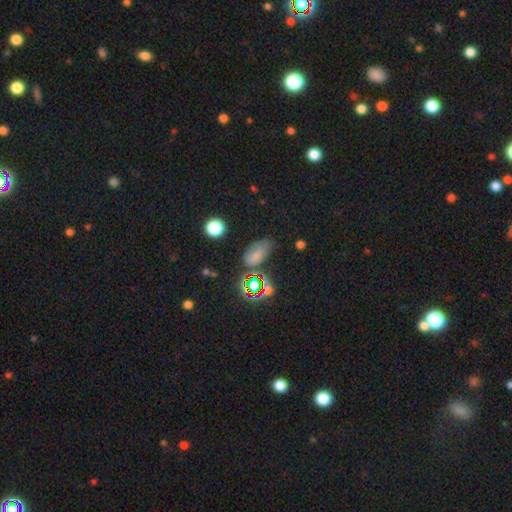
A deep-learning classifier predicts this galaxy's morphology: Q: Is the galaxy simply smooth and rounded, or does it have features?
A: smooth — 59%.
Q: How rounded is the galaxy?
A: in between — 87%.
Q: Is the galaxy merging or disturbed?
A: none — 56%.